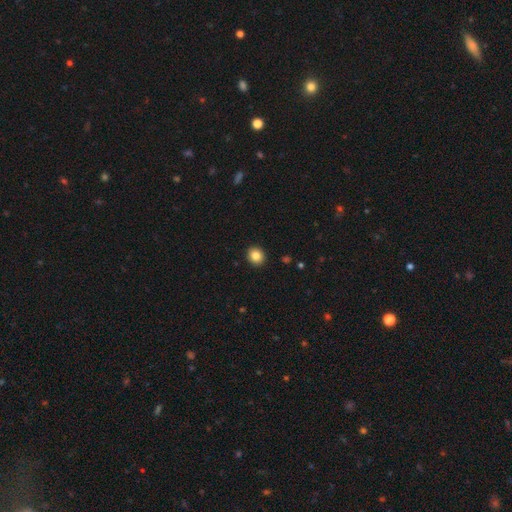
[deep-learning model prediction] smooth_or_featured: smooth (p=0.85) [alt: star or artifact p=0.10]
how_rounded: round (p=0.78) [alt: in between p=0.21]
merging: none (p=0.92) [alt: minor disturbance p=0.05]